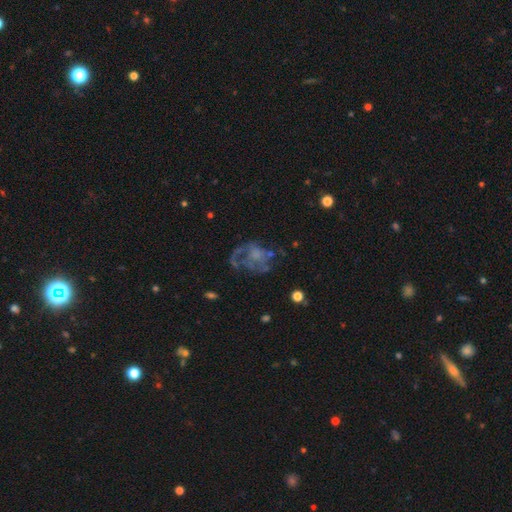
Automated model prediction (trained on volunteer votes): Overall: featured or disk (64%). Edge-on disk: no (98%). Bar: no (85%). Spiral arms: no (51%; yes 49%). Bulge size: none (51%; moderate 20%). Merging: major disturbance (43%; none 34%).